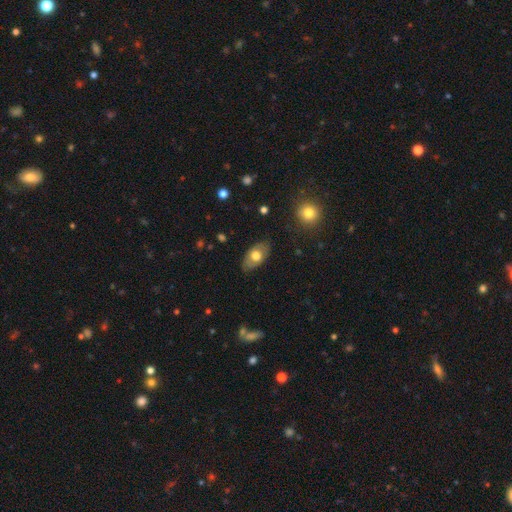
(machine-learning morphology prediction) type=smooth (62%); roundness=in between (91%); merging=none (79%).